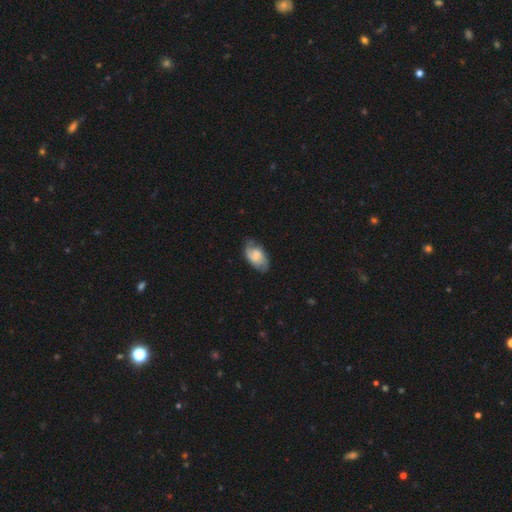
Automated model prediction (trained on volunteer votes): Smooth or featured?
  - featured or disk: 51% *
  - smooth: 41%
  - star or artifact: 7%
Edge-on disk?
  - no: 95% *
  - yes: 5%
Merging?
  - none: 71% *
  - minor disturbance: 22%
  - major disturbance: 6%
  - merger: 1%